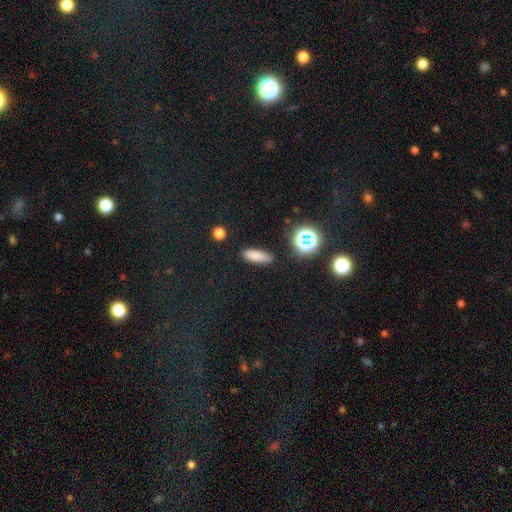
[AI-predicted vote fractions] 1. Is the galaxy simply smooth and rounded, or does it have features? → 80% smooth, 13% star or artifact, 7% featured or disk.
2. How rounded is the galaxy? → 52% cigar-shaped, 44% in between, 4% round.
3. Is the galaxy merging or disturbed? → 86% none, 10% minor disturbance, 3% major disturbance, 2% merger.